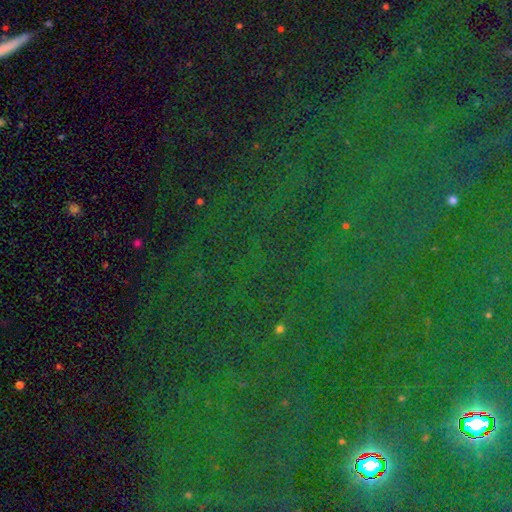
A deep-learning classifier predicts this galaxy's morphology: This is clearly a star or artifact rather than a galaxy (81%).